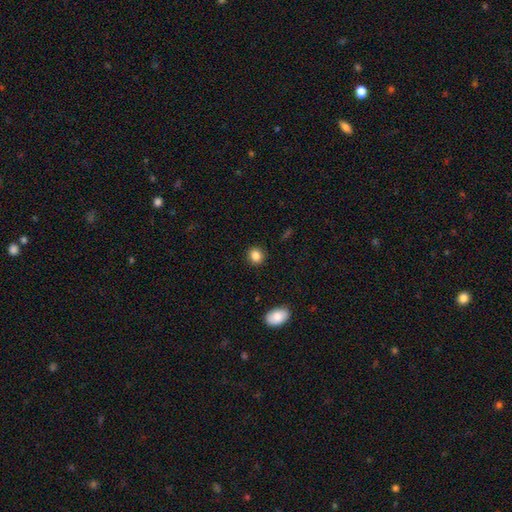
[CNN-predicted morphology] The model was most divided on "how rounded": round: 80%, in between: 19%, cigar-shaped: 1%. More confident: merging — none (91%); smooth or featured — smooth (84%).